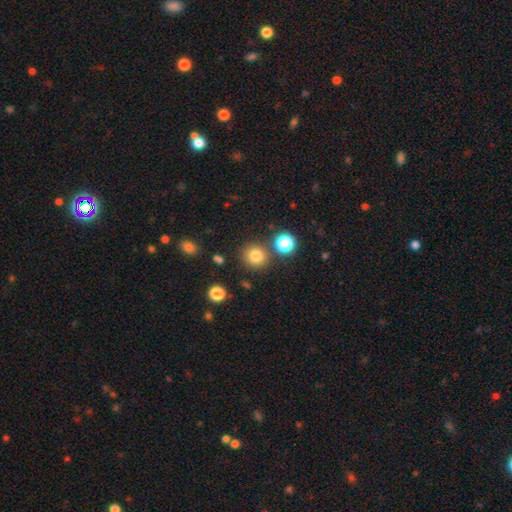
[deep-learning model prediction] Overall: smooth (80%). How rounded: round (92%). Merging: none (83%).